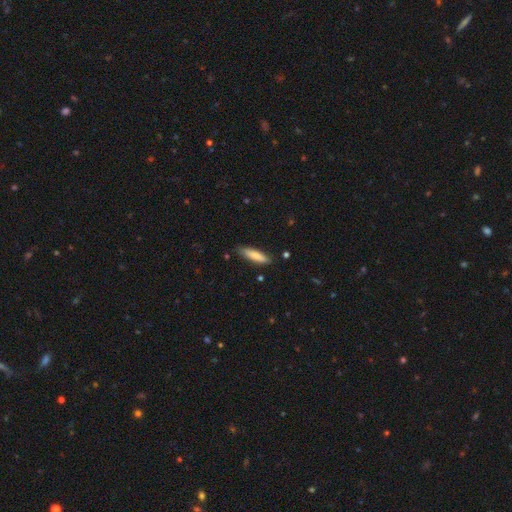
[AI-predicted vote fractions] This appears to be a smooth galaxy with no disk features (81%) that is cigar-shaped (72%). Merging: none (83%).